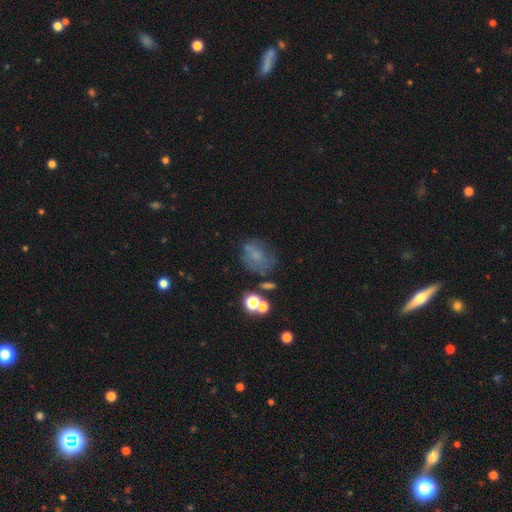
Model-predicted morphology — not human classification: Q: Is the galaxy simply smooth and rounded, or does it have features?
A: smooth — 53%.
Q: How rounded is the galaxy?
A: in between — 54%.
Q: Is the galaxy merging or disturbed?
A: none — 48%.